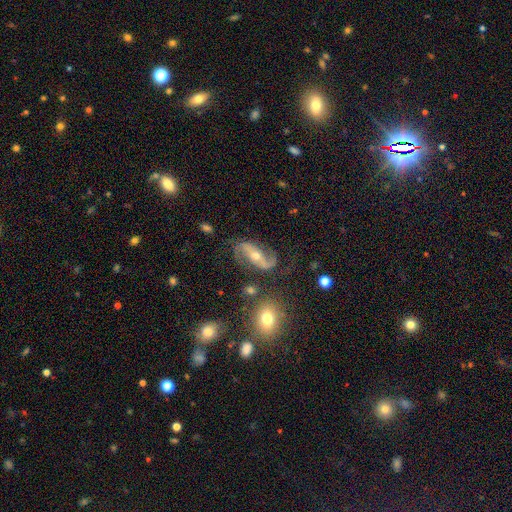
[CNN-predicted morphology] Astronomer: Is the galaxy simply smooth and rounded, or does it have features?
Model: featured or disk — 86%.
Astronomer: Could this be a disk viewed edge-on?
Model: no — 94%.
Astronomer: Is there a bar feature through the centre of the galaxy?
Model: strong — 42% (runner-up: no, 30%).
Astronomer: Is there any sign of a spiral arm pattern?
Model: yes — 95%.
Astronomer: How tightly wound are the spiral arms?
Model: loose — 56% (runner-up: medium, 33%).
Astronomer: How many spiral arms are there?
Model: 2 — 91%.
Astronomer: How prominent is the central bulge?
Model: moderate — 51% (runner-up: small, 44%).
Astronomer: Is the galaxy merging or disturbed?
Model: none — 68%.